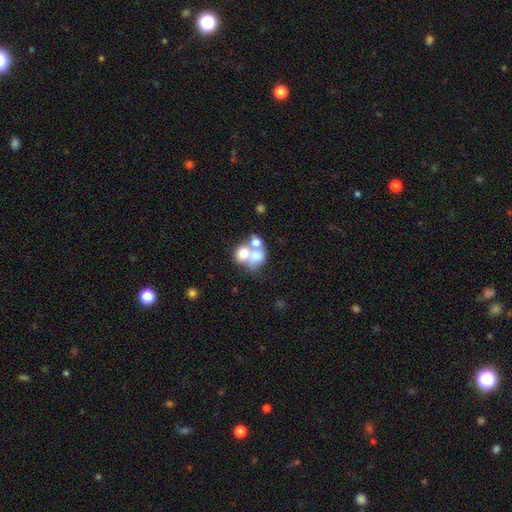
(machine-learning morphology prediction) type=smooth (60%); roundness=round (57%); merging=merger (66%).